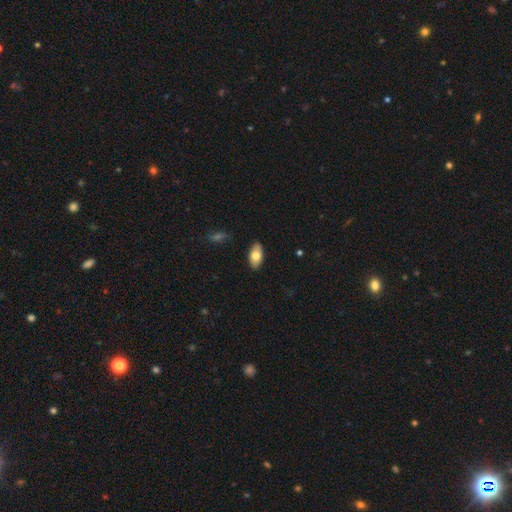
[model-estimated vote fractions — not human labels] This is likely a smooth galaxy (73%). How rounded: clearly in between (93%). Merging: clearly none (88%).